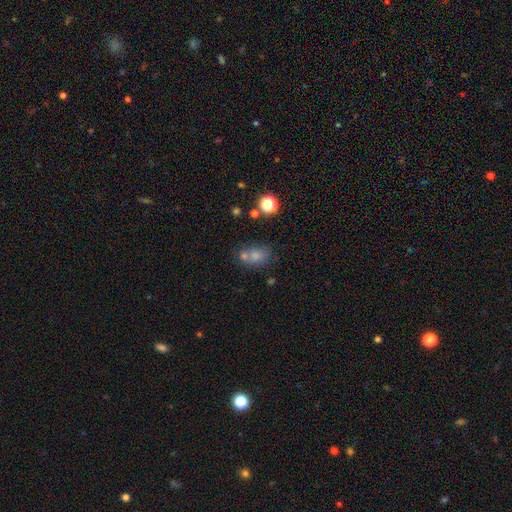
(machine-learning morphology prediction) The model was most divided on "how rounded": in between: 56%, round: 43%, cigar-shaped: 1%. Remaining: smooth or featured — smooth (72%); merging — none (47%).